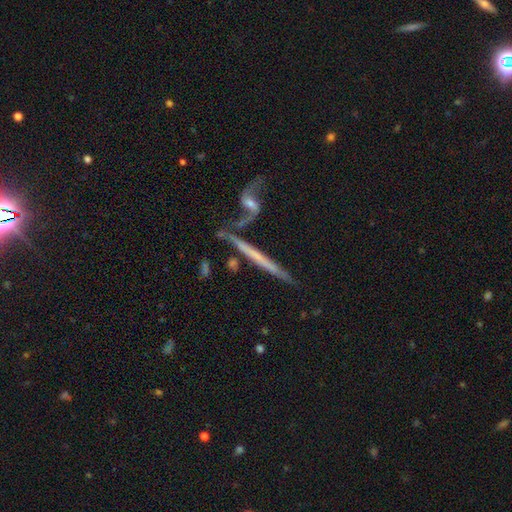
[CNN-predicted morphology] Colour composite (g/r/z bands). It shows a featured or disk galaxy (68%) viewed edge-on (86%) with no central bulge (78%). Merging: none (64%).